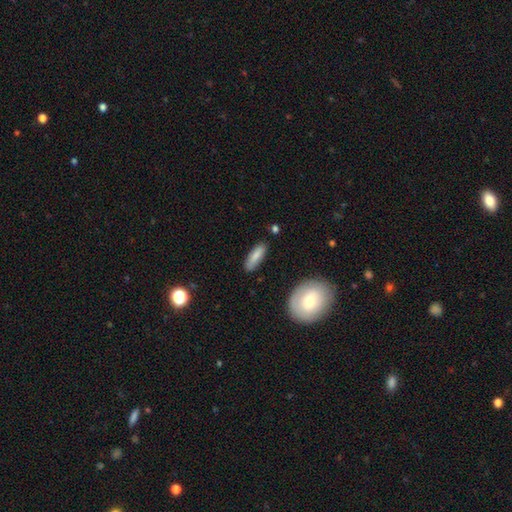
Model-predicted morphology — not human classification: Smooth or featured? smooth (82%)
How rounded? in between (53%)
Merging? none (85%)